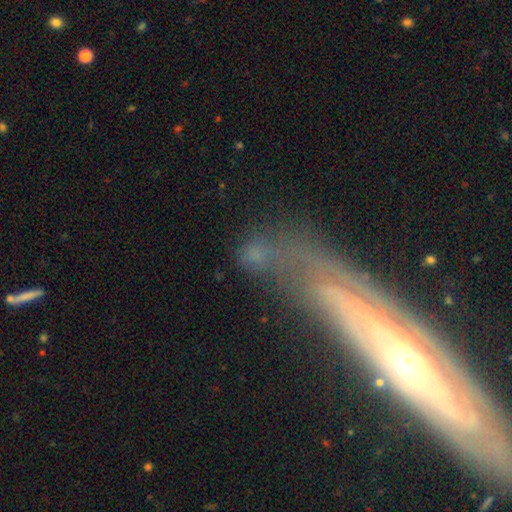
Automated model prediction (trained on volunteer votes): Overall: smooth (44%; star or artifact 30%). Merging: none (38%; merger 27%).